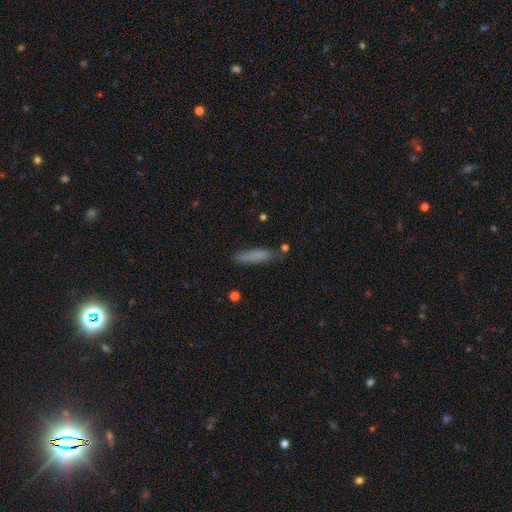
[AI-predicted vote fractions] Overall: smooth (75%). How rounded: cigar-shaped (81%). Merging: none (71%).